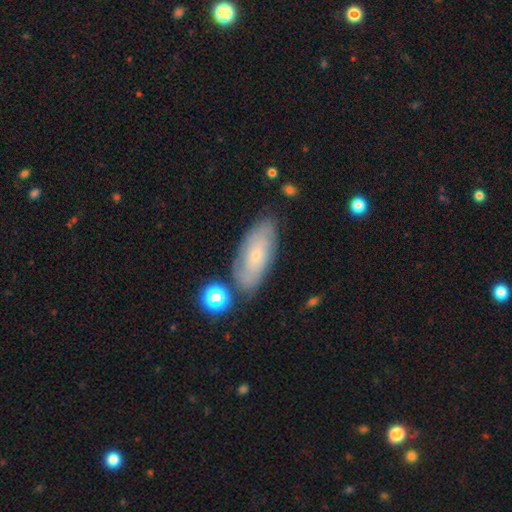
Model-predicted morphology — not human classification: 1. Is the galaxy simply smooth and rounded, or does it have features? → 56% featured or disk, 36% smooth, 8% star or artifact.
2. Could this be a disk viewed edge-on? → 88% no, 12% yes.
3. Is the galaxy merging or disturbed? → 76% none, 16% minor disturbance, 4% major disturbance, 4% merger.